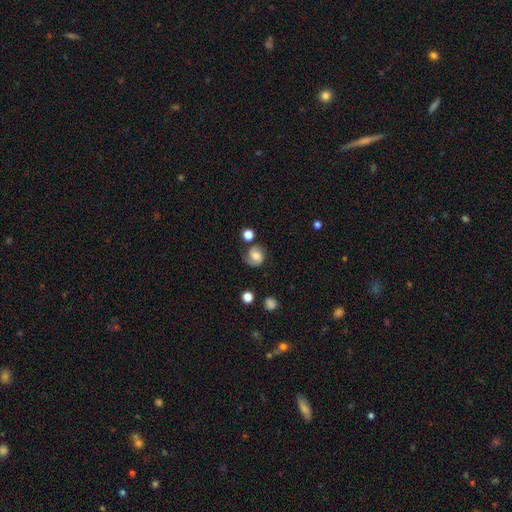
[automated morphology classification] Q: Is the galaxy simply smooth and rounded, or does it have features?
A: smooth — 46%.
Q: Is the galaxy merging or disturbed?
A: none — 61%.